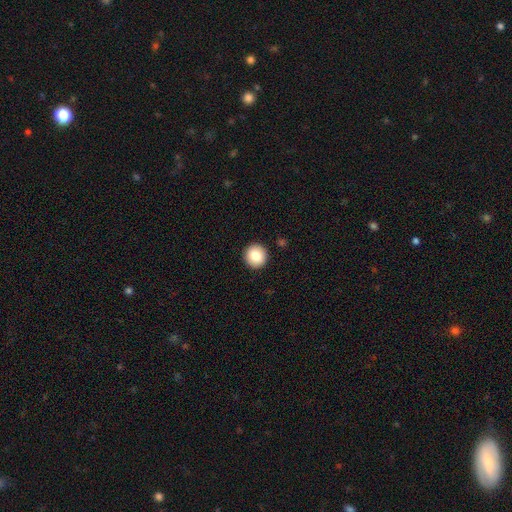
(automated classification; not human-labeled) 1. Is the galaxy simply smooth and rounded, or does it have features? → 83% smooth, 8% star or artifact, 8% featured or disk.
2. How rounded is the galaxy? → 94% round, 5% in between, 1% cigar-shaped.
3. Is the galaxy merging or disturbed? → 92% none, 5% minor disturbance, 2% major disturbance, 1% merger.